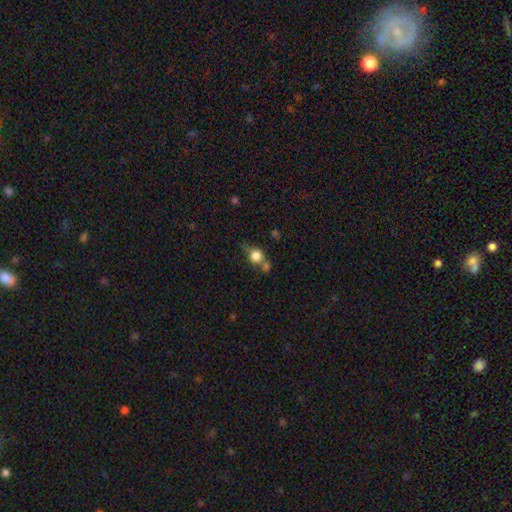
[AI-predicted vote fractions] Smooth or featured?
  - smooth: 76% *
  - featured or disk: 12%
  - star or artifact: 12%
How rounded?
  - round: 82% *
  - in between: 16%
  - cigar-shaped: 2%
Merging?
  - none: 45% *
  - merger: 29%
  - minor disturbance: 17%
  - major disturbance: 9%